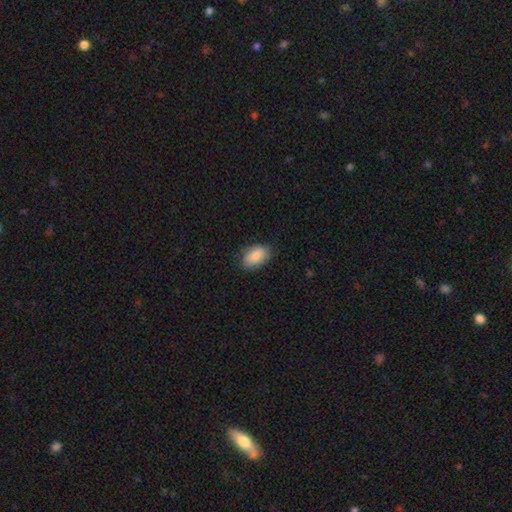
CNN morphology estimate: A smooth galaxy with no disk features (86%) that is in between round and cigar-shaped (91%).

Vote fractions:
- Smooth or featured? smooth: 86% / featured or disk: 7% / star or artifact: 6%
- How rounded? in between: 91% / round: 8% / cigar-shaped: 1%
- Merging? none: 77% / minor disturbance: 19% / major disturbance: 4% / merger: 1%